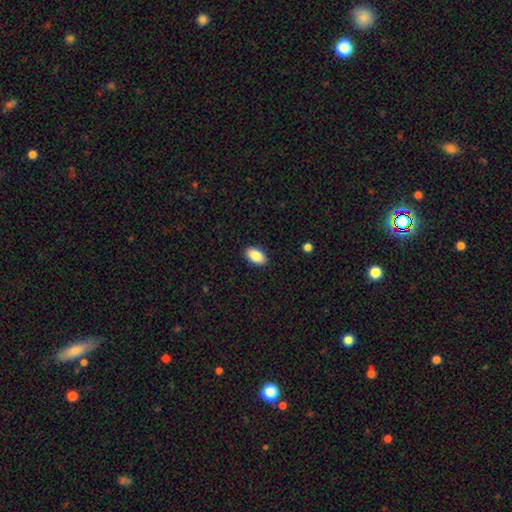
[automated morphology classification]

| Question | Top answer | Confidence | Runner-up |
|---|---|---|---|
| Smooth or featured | smooth | 87% | star or artifact (7%) |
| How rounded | in between | 94% | round (4%) |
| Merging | none | 90% | minor disturbance (7%) |